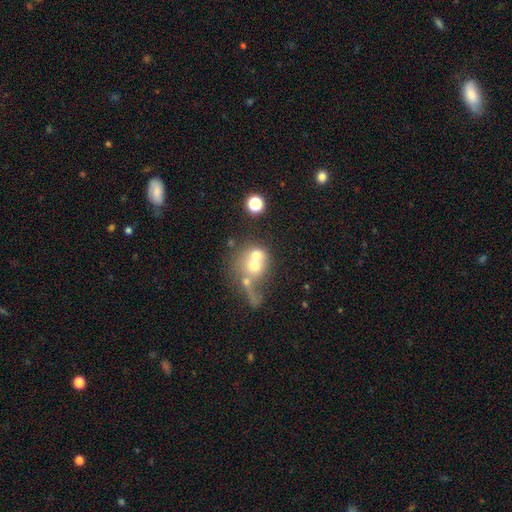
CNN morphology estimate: Q: Smooth or featured?
A: smooth (57%); runner-up: featured or disk (31%)
Q: How rounded?
A: round (72%); runner-up: in between (27%)
Q: Merging?
A: merger (65%); runner-up: none (18%)